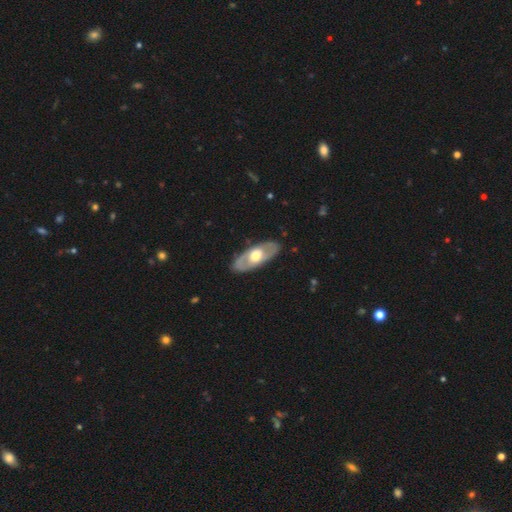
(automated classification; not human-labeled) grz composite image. It shows a featured or disk galaxy (62%). Merging: none (85%).